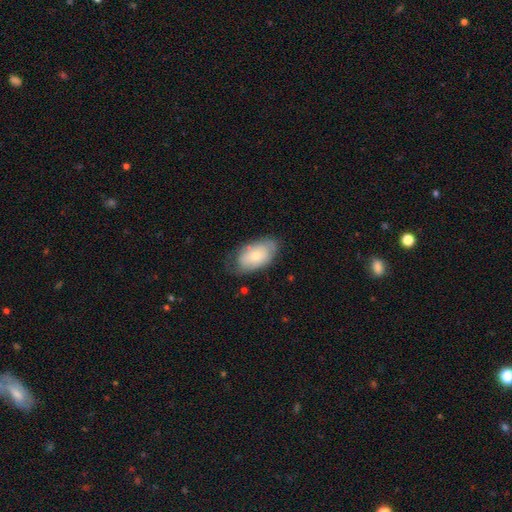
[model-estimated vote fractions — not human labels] The model was most divided on "smooth or featured": smooth: 60%, featured or disk: 34%, star or artifact: 6%. More confident: how rounded — in between (93%); merging — none (61%).